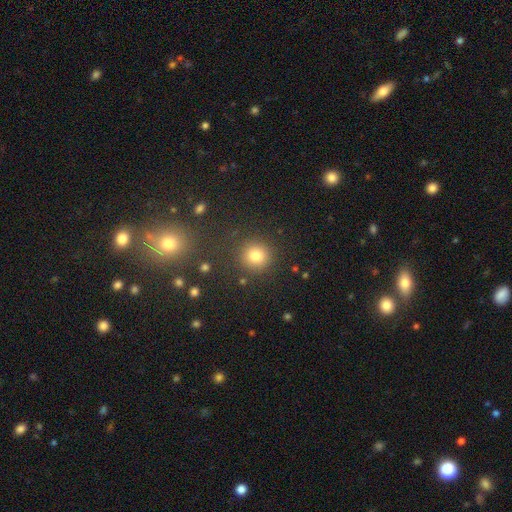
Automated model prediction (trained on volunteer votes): A smooth galaxy with no disk features (79%) that is round (92%).

Vote fractions:
- Smooth or featured? smooth: 79% / star or artifact: 15% / featured or disk: 6%
- How rounded? round: 92% / in between: 7% / cigar-shaped: 1%
- Merging? none: 86% / minor disturbance: 7% / major disturbance: 3% / merger: 3%